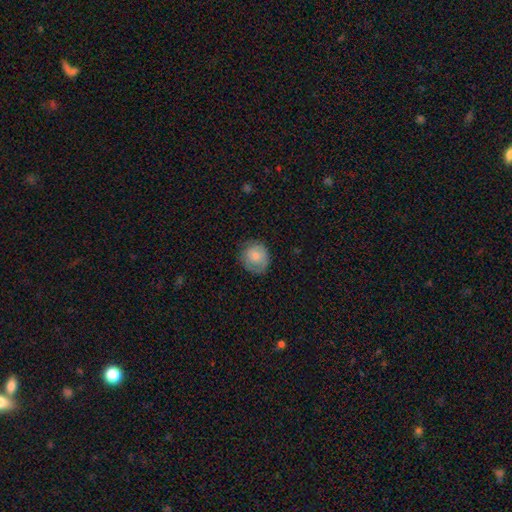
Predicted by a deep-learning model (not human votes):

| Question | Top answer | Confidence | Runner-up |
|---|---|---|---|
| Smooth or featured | smooth | 77% | featured or disk (16%) |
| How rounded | round | 79% | in between (20%) |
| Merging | none | 70% | minor disturbance (22%) |